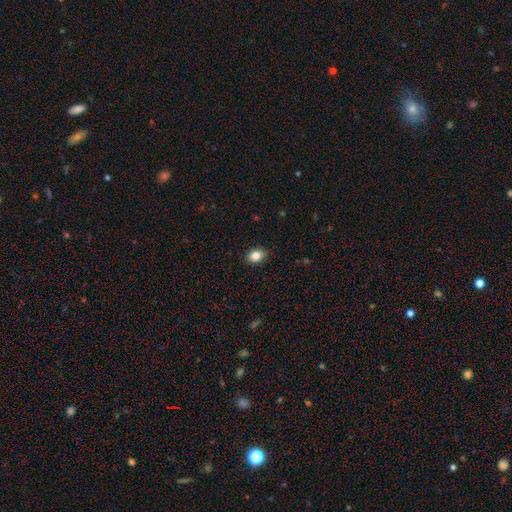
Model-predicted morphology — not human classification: Overall: smooth (84%). How rounded: in between (69%; round 30%). Merging: none (87%).